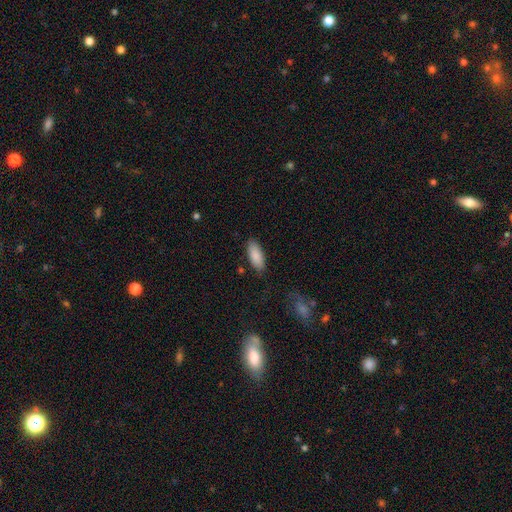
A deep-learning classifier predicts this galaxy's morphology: This is clearly a smooth galaxy (88%). How rounded: likely in between (79%). Merging: clearly none (84%).